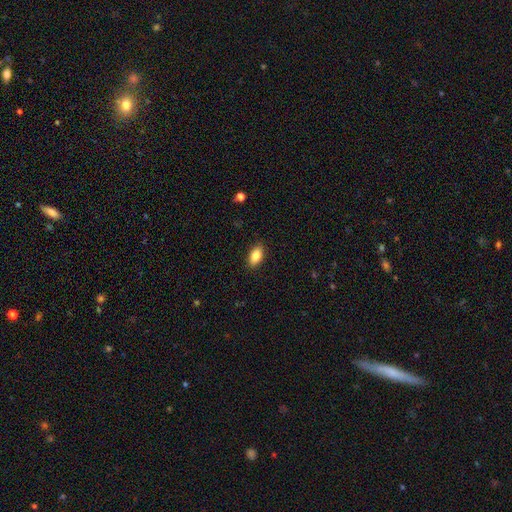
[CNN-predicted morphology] smooth-or-featured: smooth: 87% | star or artifact: 7% | featured or disk: 6%
  how-rounded: in between: 91% | round: 5% | cigar-shaped: 4%
  merging: none: 88% | minor disturbance: 9% | major disturbance: 2% | merger: 1%